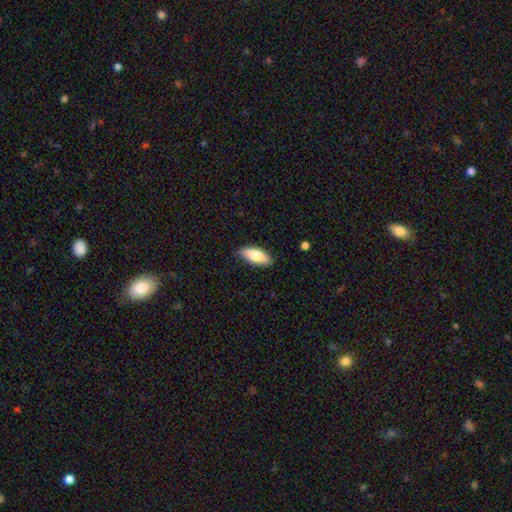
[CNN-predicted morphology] The model was most divided on "how rounded": in between: 79%, cigar-shaped: 19%, round: 2%. More confident: merging — none (83%); smooth or featured — smooth (80%).